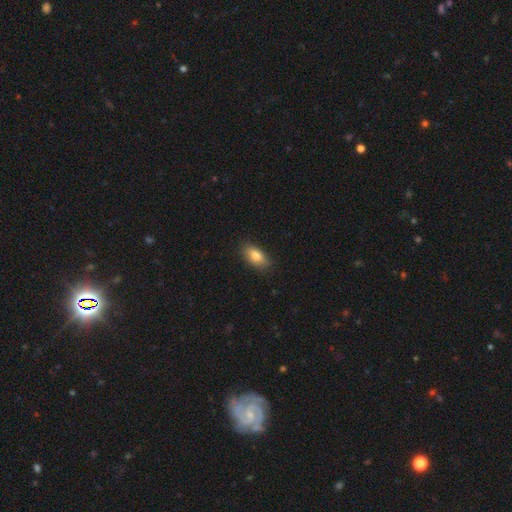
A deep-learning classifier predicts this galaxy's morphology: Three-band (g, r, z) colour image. It shows a smooth galaxy with no disk features (80%) that is in between round and cigar-shaped (87%). Merging: none (85%).